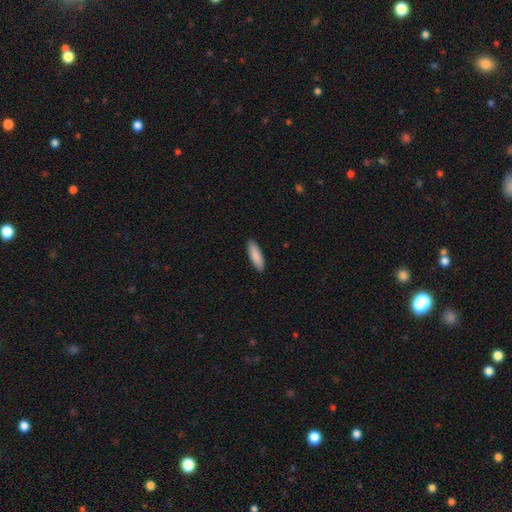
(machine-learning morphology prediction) Overall: smooth (88%). How rounded: cigar-shaped (59%; in between 40%). Merging: none (90%).